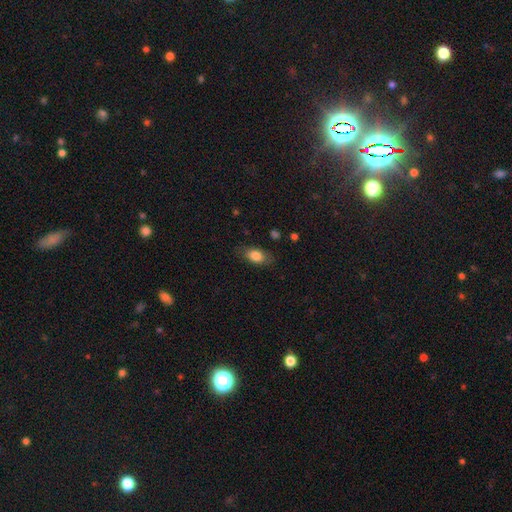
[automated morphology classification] smooth_or_featured: smooth (p=0.81) [alt: featured or disk p=0.12]
how_rounded: in between (p=0.86) [alt: round p=0.08]
merging: none (p=0.80) [alt: minor disturbance p=0.15]